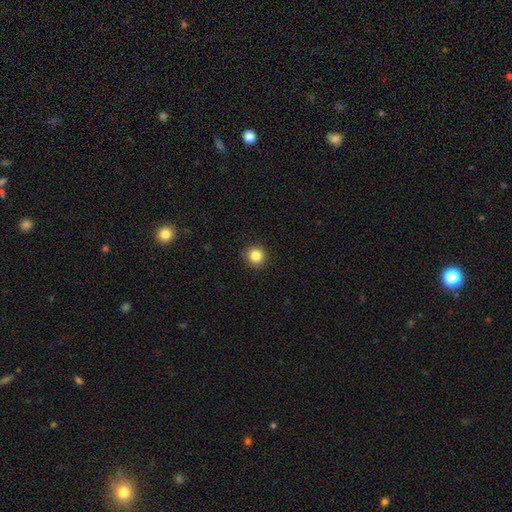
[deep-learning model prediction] smooth 85%, star or artifact 11%, featured or disk 4%. Down the decision tree: how rounded — round (94%); merging — none (91%).